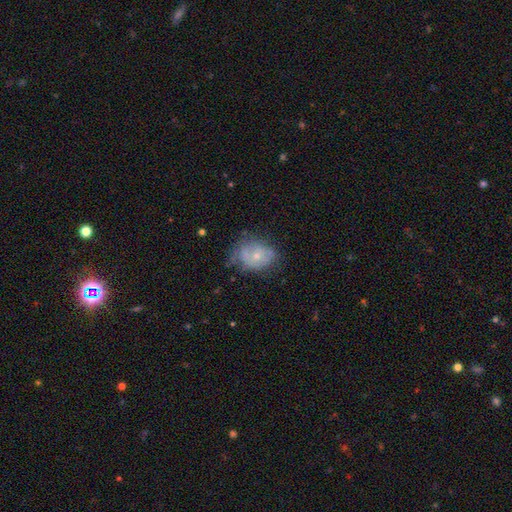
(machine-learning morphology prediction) smooth_or_featured: smooth (p=0.46) [tied with: featured or disk p=0.46]
merging: none (p=0.52) [alt: minor disturbance p=0.32]